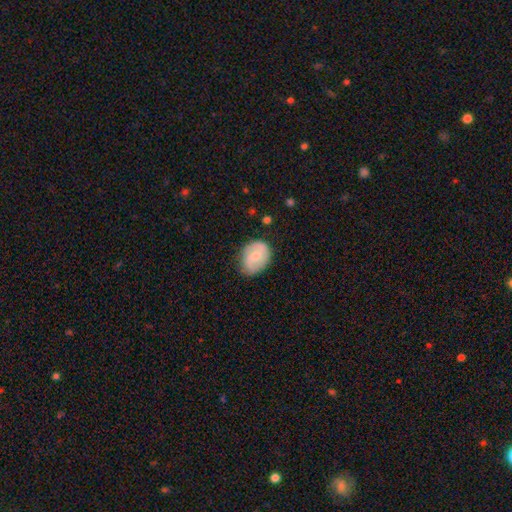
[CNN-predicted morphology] Smooth or featured? Predicted: smooth (p=0.48). Merging? Predicted: none (p=0.73).